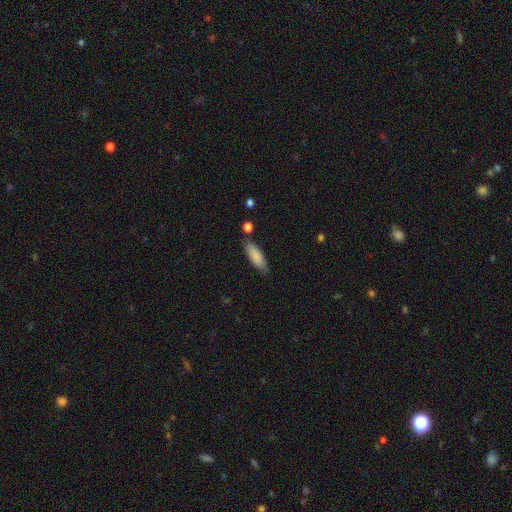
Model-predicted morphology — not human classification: Smooth or featured? Predicted: smooth (p=0.85). How rounded? Predicted: in between (p=0.56). Merging? Predicted: none (p=0.79).